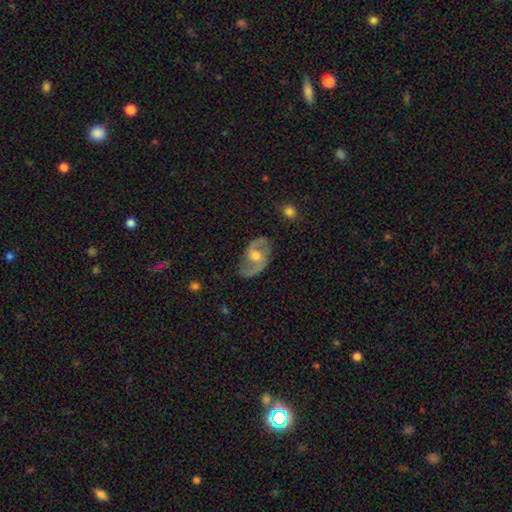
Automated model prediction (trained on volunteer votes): Smooth or featured? featured or disk (86%)
Edge-on disk? no (97%)
Bar? no (45%)
Spiral arms? yes (94%)
Spiral winding? medium (46%)
Spiral arm count? 2 (92%)
Bulge size? moderate (69%)
Merging? none (78%)